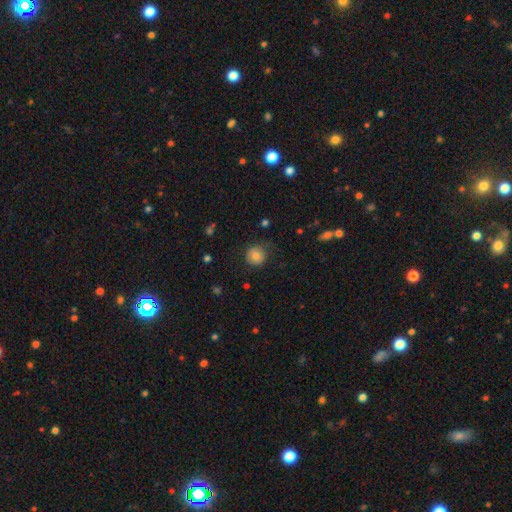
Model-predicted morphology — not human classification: Q: Smooth or featured?
A: smooth (78%); runner-up: featured or disk (12%)
Q: How rounded?
A: round (91%); runner-up: in between (8%)
Q: Merging?
A: none (73%); runner-up: minor disturbance (19%)